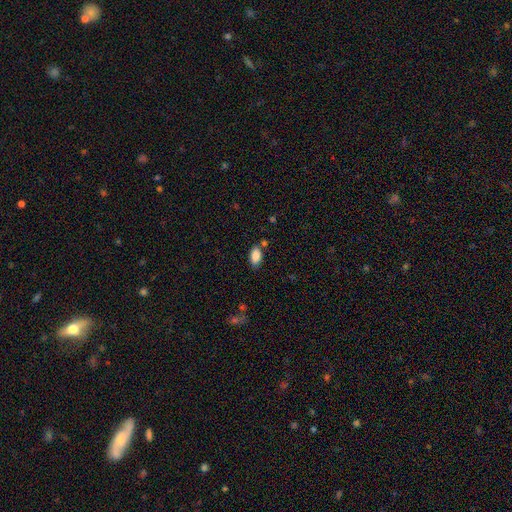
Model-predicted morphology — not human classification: A smooth galaxy with no disk features (87%) that is in between round and cigar-shaped (92%). Merging: none (77%).